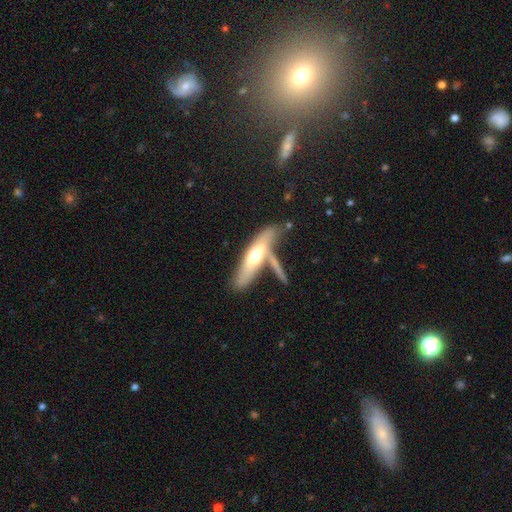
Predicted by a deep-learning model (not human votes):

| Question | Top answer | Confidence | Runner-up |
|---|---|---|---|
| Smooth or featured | smooth | 48% | featured or disk (46%) |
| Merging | none | 46% | merger (29%) |